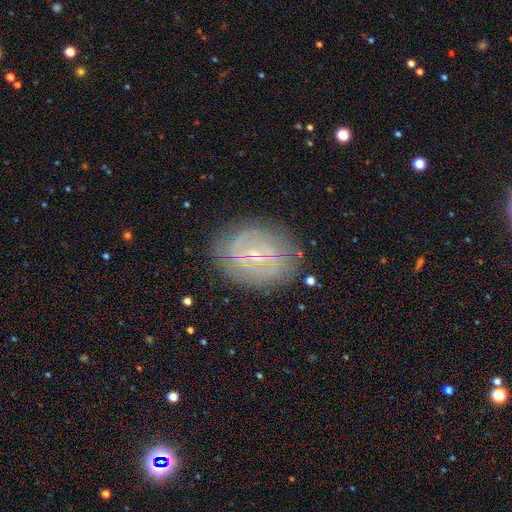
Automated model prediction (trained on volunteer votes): Morphology: type=featured or disk (67%); edge-on=no (96%); bar=weak (50%); spiral arms=yes (71%); bulge=small (70%); merging=none (79%).